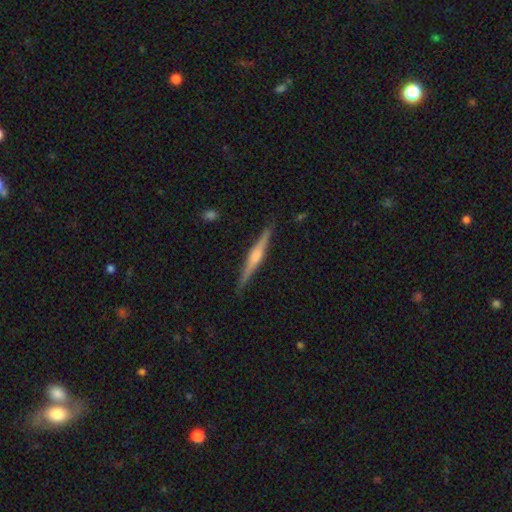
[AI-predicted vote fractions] The model was most divided on "smooth or featured": featured or disk: 74%, smooth: 21%, star or artifact: 6%. More confident: edge-on disk — yes (98%); merging — none (90%); edge-on bulge — rounded (76%).